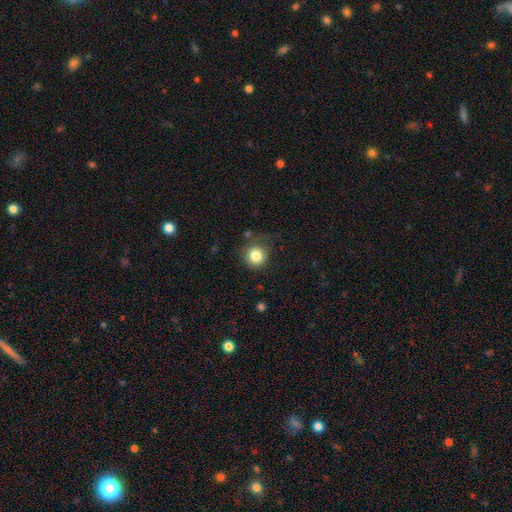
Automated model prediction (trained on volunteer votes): This is clearly a smooth galaxy (82%). How rounded: clearly round (91%). Merging: likely none (72%).